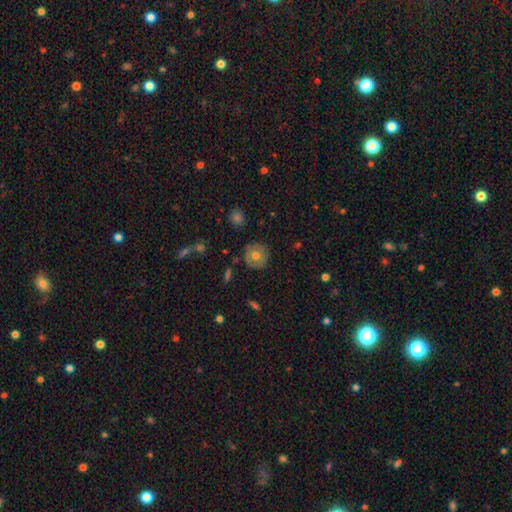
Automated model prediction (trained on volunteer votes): A smooth galaxy with no disk features (62%) that is round (93%).

Vote fractions:
- Smooth or featured? smooth: 62% / featured or disk: 29% / star or artifact: 9%
- How rounded? round: 93% / in between: 6% / cigar-shaped: 1%
- Merging? none: 85% / minor disturbance: 10% / major disturbance: 3% / merger: 2%